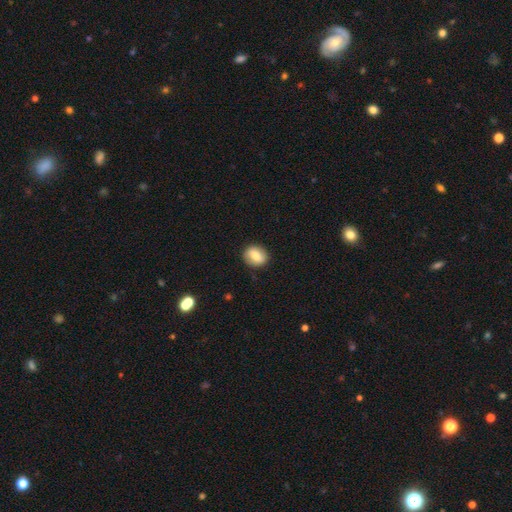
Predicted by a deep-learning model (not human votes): A smooth galaxy with no disk features (77%) that is round (57%).

Vote fractions:
- Smooth or featured? smooth: 77% / featured or disk: 15% / star or artifact: 8%
- How rounded? round: 57% / in between: 42% / cigar-shaped: 1%
- Merging? none: 88% / minor disturbance: 9% / major disturbance: 2% / merger: 1%